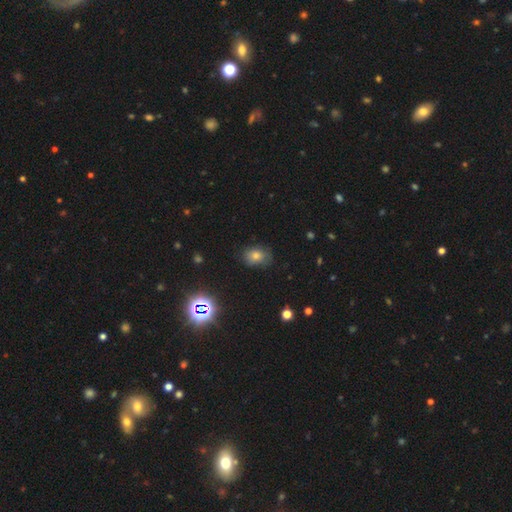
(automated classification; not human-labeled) Overall: smooth (70%). How rounded: in between (60%; round 38%). Merging: none (75%).